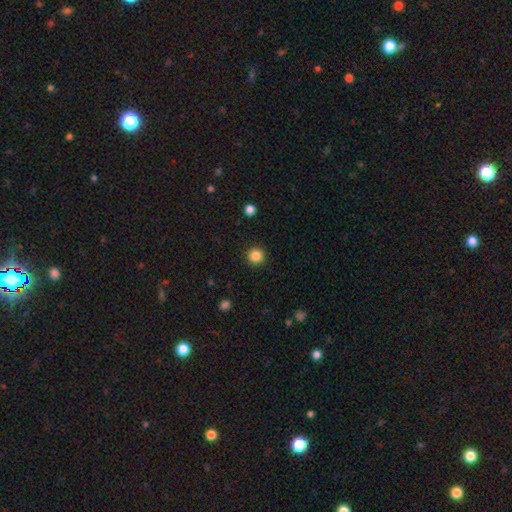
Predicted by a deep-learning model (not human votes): smooth 85%, star or artifact 11%, featured or disk 4%. Down the decision tree: how rounded — round (95%); merging — none (92%).